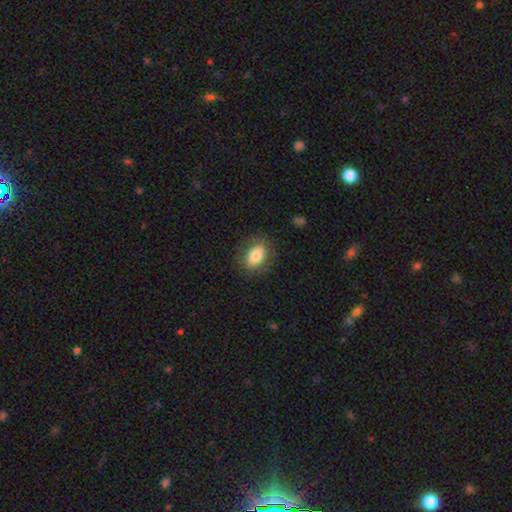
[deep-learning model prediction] smooth 77%, featured or disk 16%, star or artifact 7%. Down the decision tree: how rounded — in between (81%); merging — none (81%).